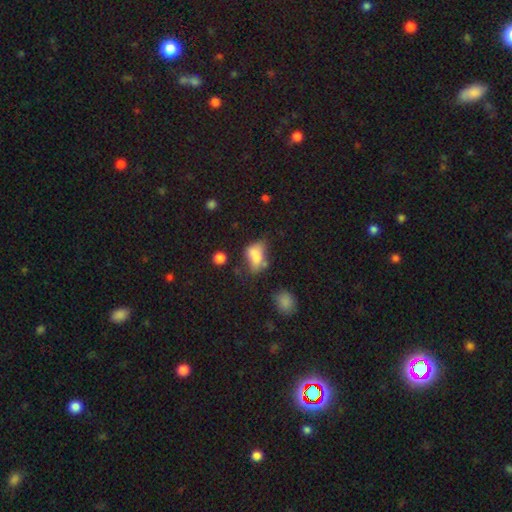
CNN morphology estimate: smooth_or_featured: smooth (p=0.67) [alt: featured or disk p=0.21]
how_rounded: in between (p=0.82) [alt: round p=0.14]
merging: none (p=0.30) [alt: minor disturbance p=0.27]